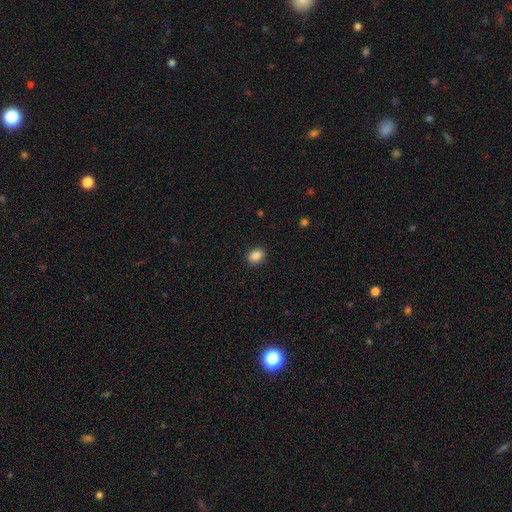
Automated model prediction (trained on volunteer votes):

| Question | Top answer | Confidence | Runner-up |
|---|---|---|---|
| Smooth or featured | smooth | 88% | star or artifact (9%) |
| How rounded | in between | 59% | round (40%) |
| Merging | none | 89% | minor disturbance (7%) |